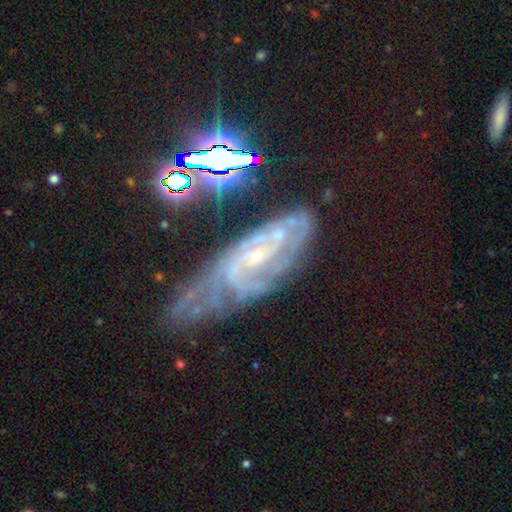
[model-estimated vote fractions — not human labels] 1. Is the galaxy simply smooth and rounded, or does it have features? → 75% featured or disk, 16% star or artifact, 9% smooth.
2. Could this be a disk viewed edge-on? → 91% no, 9% yes.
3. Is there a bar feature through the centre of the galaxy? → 48% no, 37% weak, 15% strong.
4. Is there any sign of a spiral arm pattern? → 93% yes, 7% no.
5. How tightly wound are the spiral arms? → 58% tight, 33% medium, 9% loose.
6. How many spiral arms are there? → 37% can't tell, 32% 2, 14% 3, 7% 4, 6% 1, 5% more than 4.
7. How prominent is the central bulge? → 76% small, 18% moderate, 4% none, 1% large, 1% dominant.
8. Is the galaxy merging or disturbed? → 47% none, 29% minor disturbance, 20% major disturbance, 5% merger.